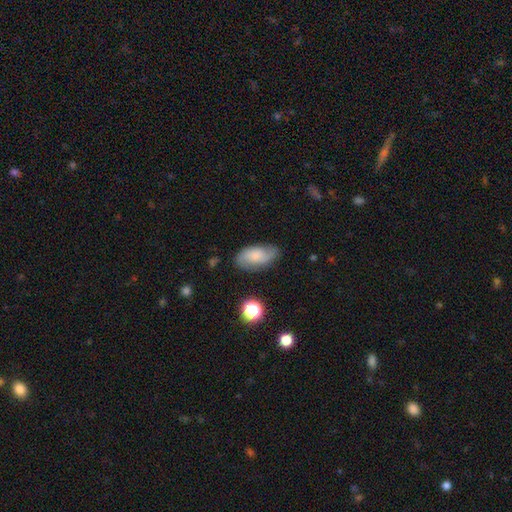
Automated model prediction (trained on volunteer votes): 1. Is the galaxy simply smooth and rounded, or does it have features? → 58% smooth, 32% featured or disk, 9% star or artifact.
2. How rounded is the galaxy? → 92% in between, 4% round, 4% cigar-shaped.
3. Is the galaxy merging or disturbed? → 74% none, 19% minor disturbance, 5% major disturbance, 2% merger.